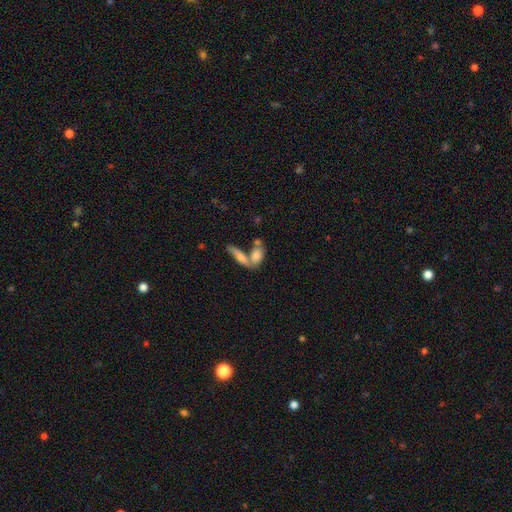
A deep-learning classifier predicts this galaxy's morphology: This is likely a smooth galaxy (74%). How rounded: likely in between (74%). Merging: possibly merger (52%).